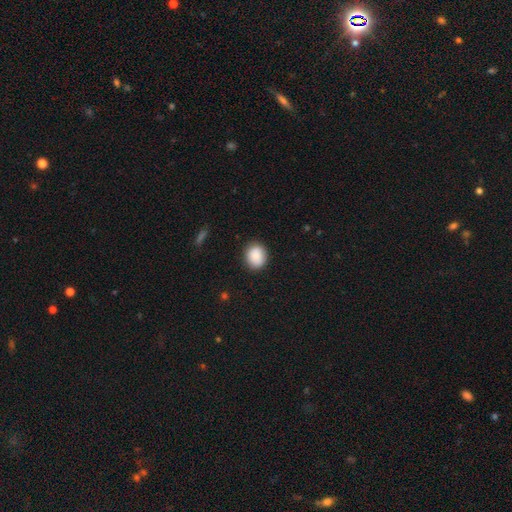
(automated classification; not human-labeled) Smooth or featured: smooth — 88% (star or artifact — 7%)
How rounded: round — 64% (in between — 35%)
Merging: none — 86% (minor disturbance — 10%)